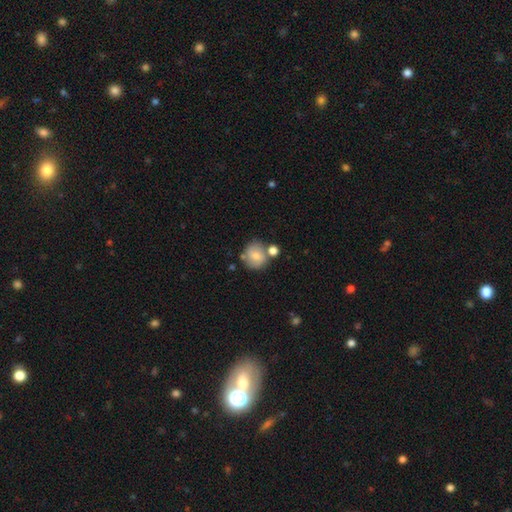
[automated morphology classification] Overall: smooth (69%). How rounded: round (83%). Merging: none (58%; merger 23%).